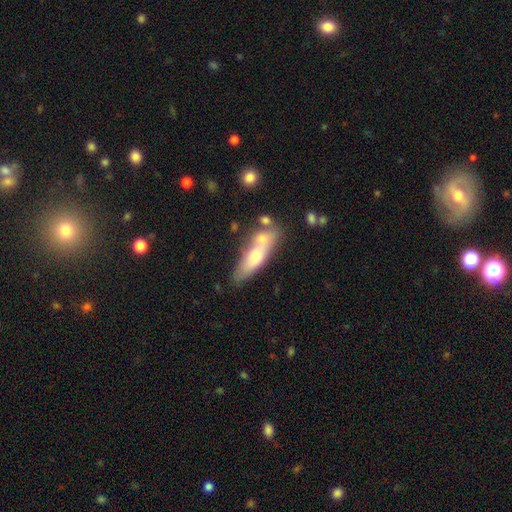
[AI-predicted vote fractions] This appears to be a smooth galaxy with no disk features (55%) that is cigar-shaped (56%). Merging: none (48%).